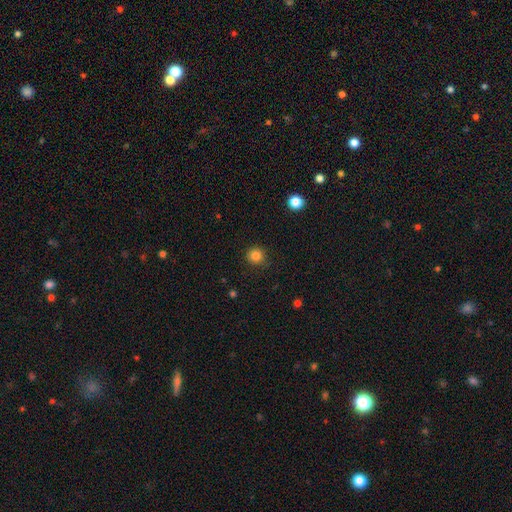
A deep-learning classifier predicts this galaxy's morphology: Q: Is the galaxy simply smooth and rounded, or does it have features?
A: smooth — 83%.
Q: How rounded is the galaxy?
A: round — 92%.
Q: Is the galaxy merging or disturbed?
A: none — 88%.